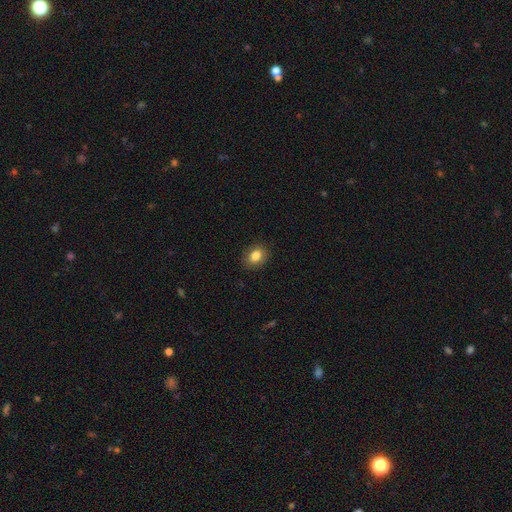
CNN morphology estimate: type=smooth (83%); roundness=in between (64%); merging=none (87%).